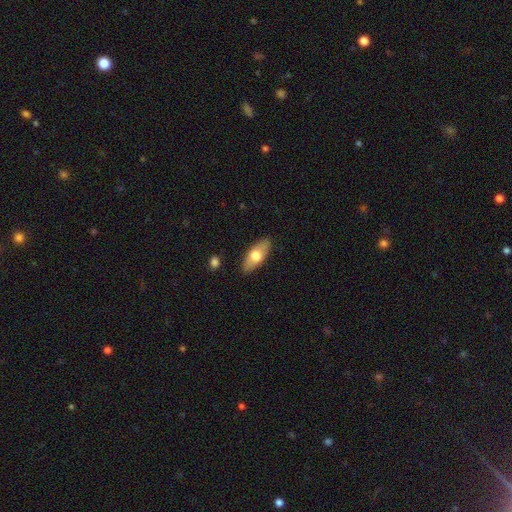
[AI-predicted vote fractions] This appears to be a smooth galaxy with no disk features (65%) that is in between round and cigar-shaped (81%). Merging: none (87%).